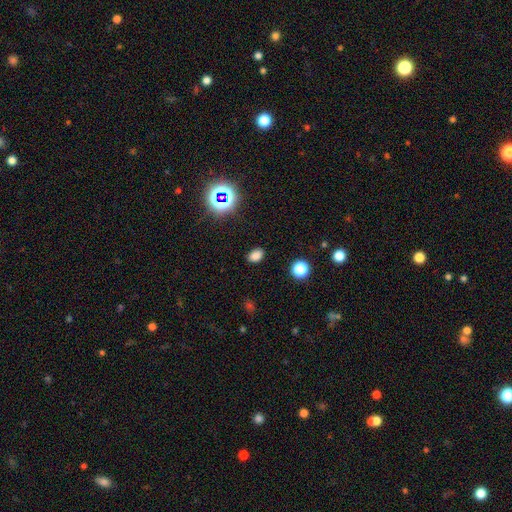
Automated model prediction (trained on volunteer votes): Smooth or featured?
  - smooth: 78% *
  - star or artifact: 17%
  - featured or disk: 5%
How rounded?
  - in between: 80% *
  - round: 19%
  - cigar-shaped: 1%
Merging?
  - none: 87% *
  - minor disturbance: 9%
  - major disturbance: 3%
  - merger: 1%